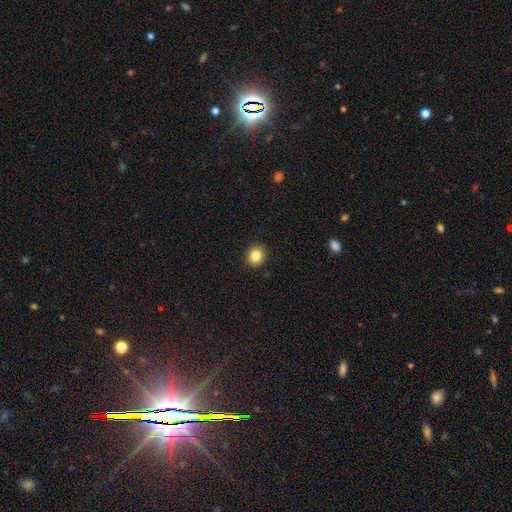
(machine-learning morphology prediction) Smooth or featured?
  - smooth: 83% *
  - star or artifact: 11%
  - featured or disk: 6%
How rounded?
  - round: 80% *
  - in between: 19%
  - cigar-shaped: 1%
Merging?
  - none: 91% *
  - minor disturbance: 6%
  - major disturbance: 2%
  - merger: 1%